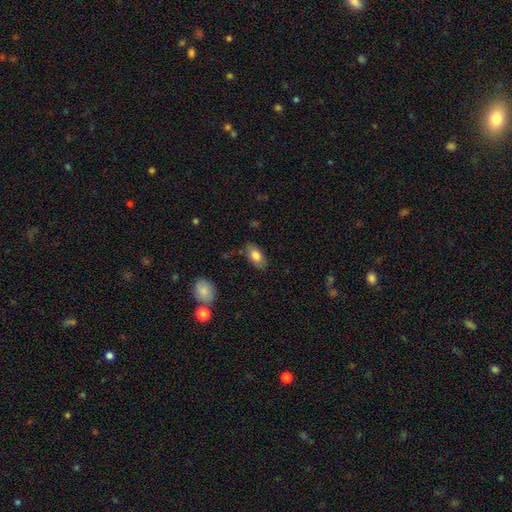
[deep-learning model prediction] smooth-or-featured: smooth: 80% | featured or disk: 13% | star or artifact: 7%
  how-rounded: in between: 91% | round: 5% | cigar-shaped: 4%
  merging: none: 76% | minor disturbance: 17% | major disturbance: 4% | merger: 2%